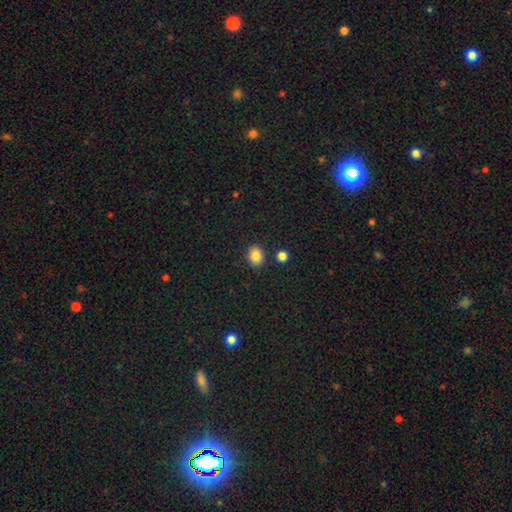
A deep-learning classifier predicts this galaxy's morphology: type=smooth (85%); roundness=in between (51%); merging=none (85%).